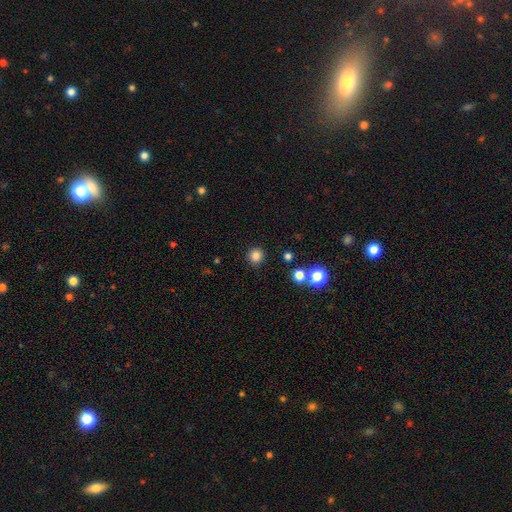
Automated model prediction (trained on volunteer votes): A smooth galaxy with no disk features (83%) that is round (94%).

Vote fractions:
- Smooth or featured? smooth: 83% / star or artifact: 13% / featured or disk: 4%
- How rounded? round: 94% / in between: 5% / cigar-shaped: 1%
- Merging? none: 90% / minor disturbance: 5% / merger: 2% / major disturbance: 2%